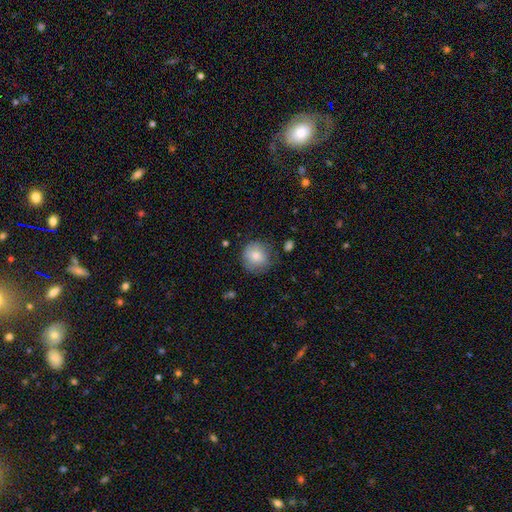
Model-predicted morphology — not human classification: This is likely a smooth galaxy (79%). How rounded: clearly round (90%). Merging: likely none (72%).